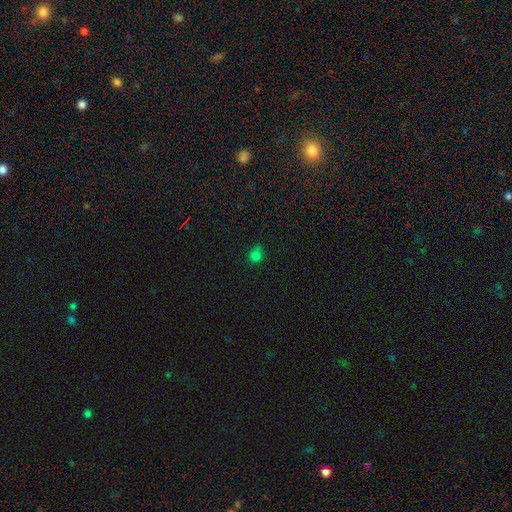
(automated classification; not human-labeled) Smooth or featured?
  - smooth: 75% *
  - star or artifact: 20%
  - featured or disk: 5%
How rounded?
  - round: 78% *
  - in between: 21%
  - cigar-shaped: 1%
Merging?
  - none: 68% *
  - minor disturbance: 24%
  - major disturbance: 6%
  - merger: 3%